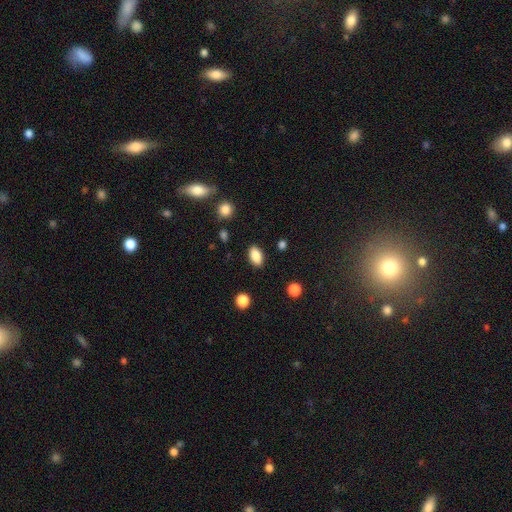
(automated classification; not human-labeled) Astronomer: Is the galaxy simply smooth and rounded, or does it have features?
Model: smooth — 86%.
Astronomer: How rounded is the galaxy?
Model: in between — 90%.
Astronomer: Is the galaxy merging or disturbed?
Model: none — 88%.